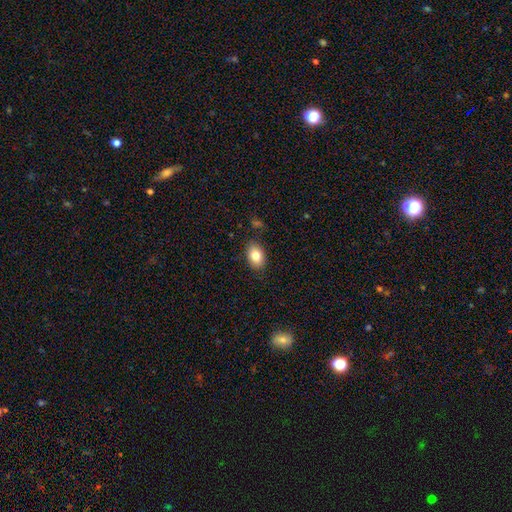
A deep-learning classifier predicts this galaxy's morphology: Smooth or featured? Predicted: smooth (p=0.83). How rounded? Predicted: in between (p=0.84). Merging? Predicted: none (p=0.84).